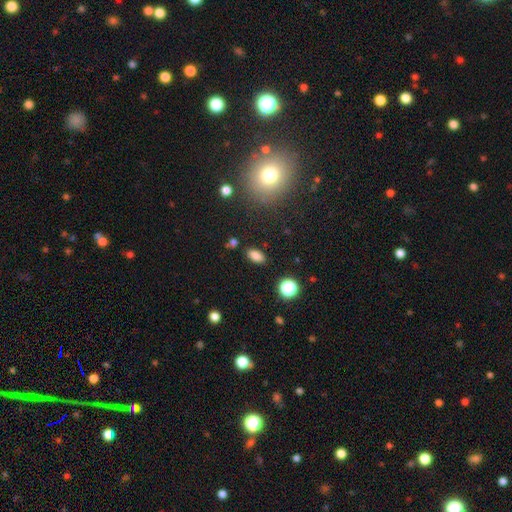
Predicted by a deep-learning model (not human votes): A smooth galaxy with no disk features (83%) that is in between round and cigar-shaped (90%). Merging: none (86%).